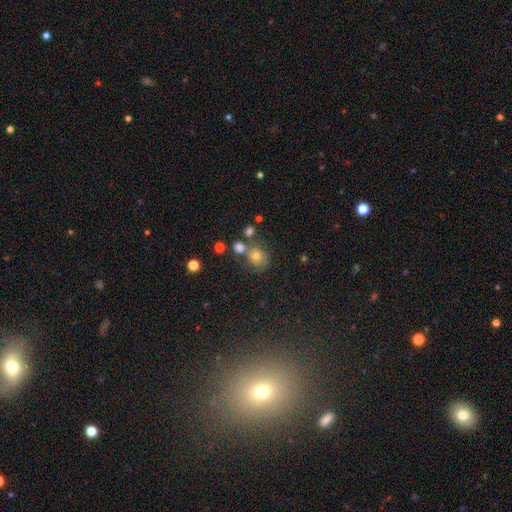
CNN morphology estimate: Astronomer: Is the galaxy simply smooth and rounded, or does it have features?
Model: smooth — 52% (runner-up: star or artifact, 28%).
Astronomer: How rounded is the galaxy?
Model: round — 78%.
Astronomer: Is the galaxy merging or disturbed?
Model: none — 68%.